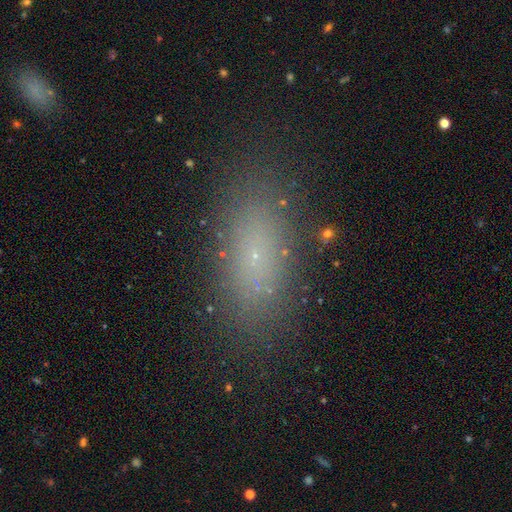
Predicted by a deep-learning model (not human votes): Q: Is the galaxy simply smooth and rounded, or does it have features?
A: smooth — 68%.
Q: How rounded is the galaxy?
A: in between — 78%.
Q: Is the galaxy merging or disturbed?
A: none — 85%.